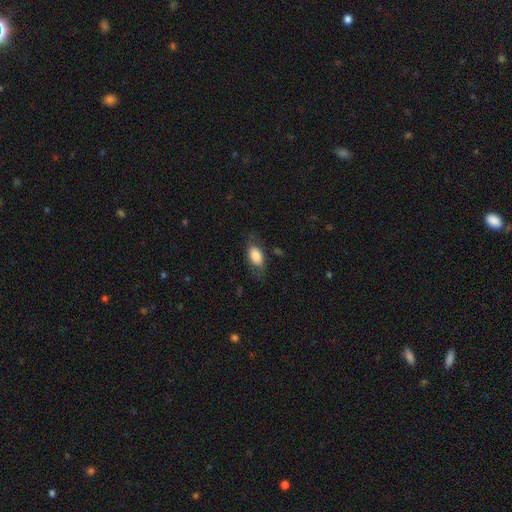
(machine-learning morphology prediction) This appears to be a smooth galaxy with no disk features (75%) that is in between round and cigar-shaped (89%). Merging: none (67%).